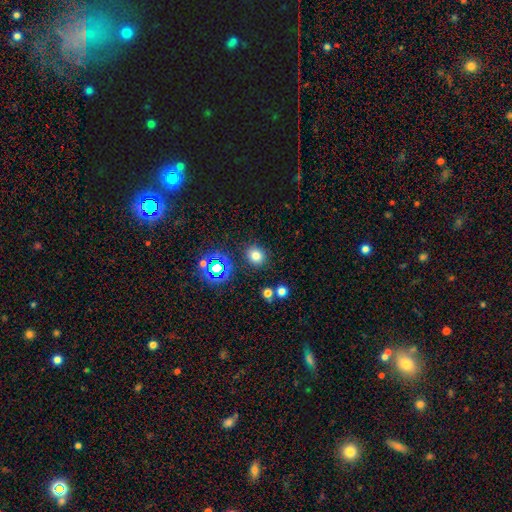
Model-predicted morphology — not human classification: Smooth or featured? smooth (73%)
How rounded? round (77%)
Merging? none (86%)